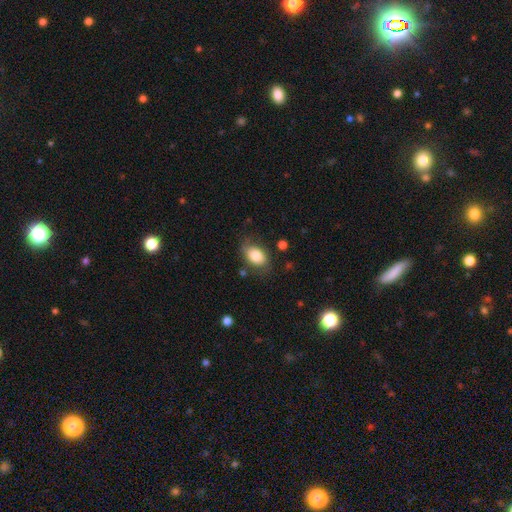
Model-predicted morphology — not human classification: A smooth galaxy with no disk features (78%) that is in between round and cigar-shaped (81%).

Vote fractions:
- Smooth or featured? smooth: 78% / featured or disk: 15% / star or artifact: 8%
- How rounded? in between: 81% / round: 18% / cigar-shaped: 1%
- Merging? none: 67% / minor disturbance: 23% / major disturbance: 8% / merger: 2%